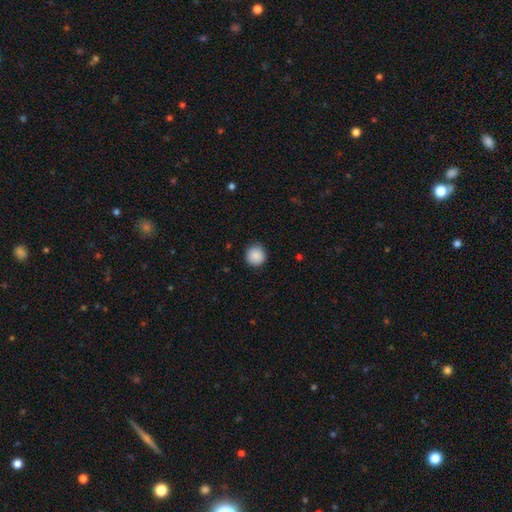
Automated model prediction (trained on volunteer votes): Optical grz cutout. It shows a smooth galaxy with no disk features (89%) that is round (94%). Merging: none (89%).